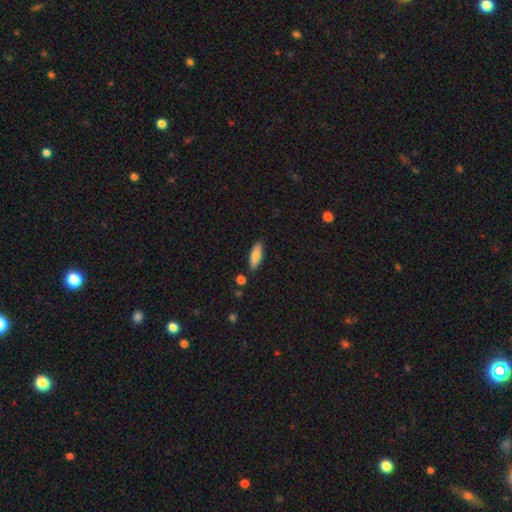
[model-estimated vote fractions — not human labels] Smooth or featured? smooth (77%)
How rounded? in between (55%)
Merging? none (84%)